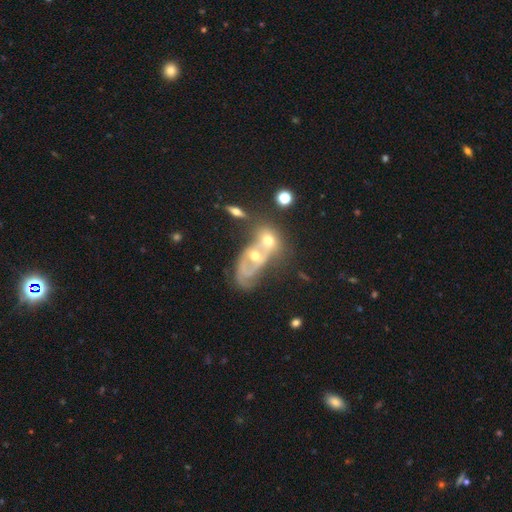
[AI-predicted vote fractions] Q: Smooth or featured?
A: featured or disk (62%); runner-up: smooth (27%)
Q: Edge-on disk?
A: no (92%); runner-up: yes (8%)
Q: Bar?
A: no (78%); runner-up: weak (17%)
Q: Spiral arms?
A: yes (56%); runner-up: no (44%)
Q: Bulge size?
A: moderate (57%); runner-up: small (33%)
Q: Merging?
A: merger (68%); runner-up: none (16%)